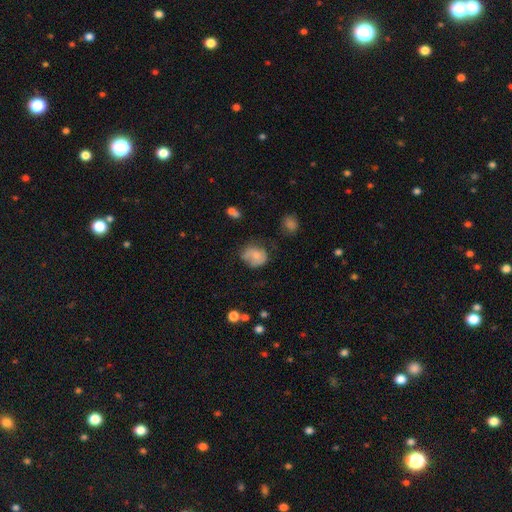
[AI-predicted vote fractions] Morphology: type=smooth (67%); roundness=round (59%); merging=none (45%).